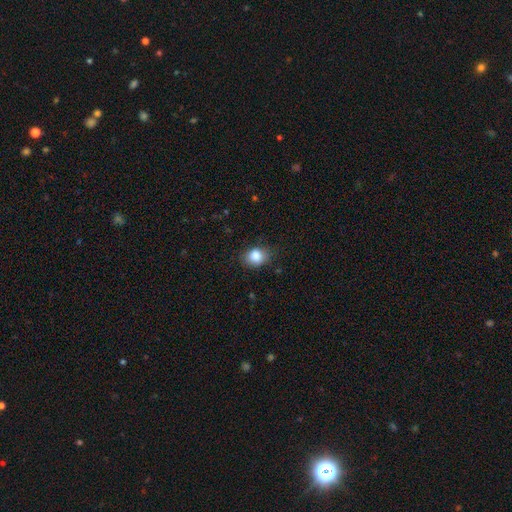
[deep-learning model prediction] Smooth or featured?
  - smooth: 85% *
  - star or artifact: 10%
  - featured or disk: 6%
How rounded?
  - round: 52% *
  - in between: 47%
  - cigar-shaped: 1%
Merging?
  - none: 75% *
  - minor disturbance: 19%
  - major disturbance: 4%
  - merger: 1%